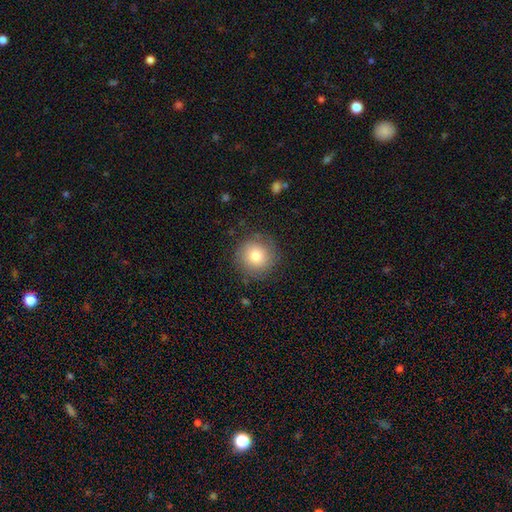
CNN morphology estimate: Smooth or featured?
  - smooth: 78% *
  - featured or disk: 13%
  - star or artifact: 9%
How rounded?
  - round: 94% *
  - in between: 5%
  - cigar-shaped: 1%
Merging?
  - none: 83% *
  - minor disturbance: 11%
  - major disturbance: 4%
  - merger: 1%